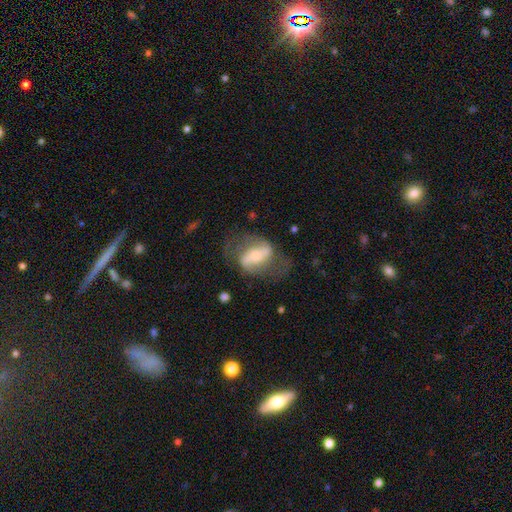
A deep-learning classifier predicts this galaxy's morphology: Smooth or featured? Predicted: featured or disk (p=0.65). Edge-on disk? Predicted: no (p=0.90). Bar? Predicted: strong (p=0.54). Spiral arms? Predicted: yes (p=0.68). Bulge size? Predicted: moderate (p=0.40, tied with small). Merging? Predicted: none (p=0.52).